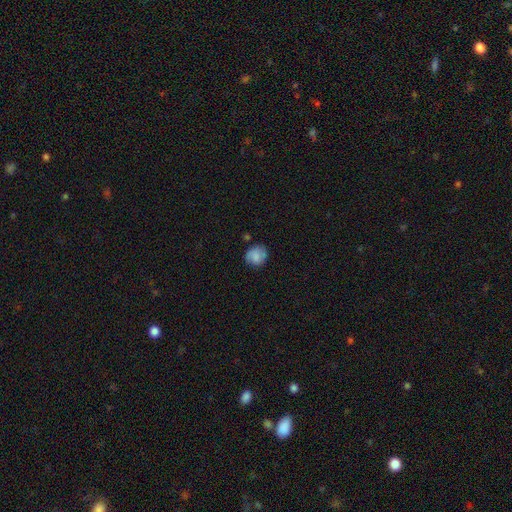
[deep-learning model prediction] A smooth galaxy with no disk features (77%) that is round (81%).

Vote fractions:
- Smooth or featured? smooth: 77% / featured or disk: 15% / star or artifact: 8%
- How rounded? round: 81% / in between: 18% / cigar-shaped: 1%
- Merging? none: 75% / minor disturbance: 18% / major disturbance: 4% / merger: 2%